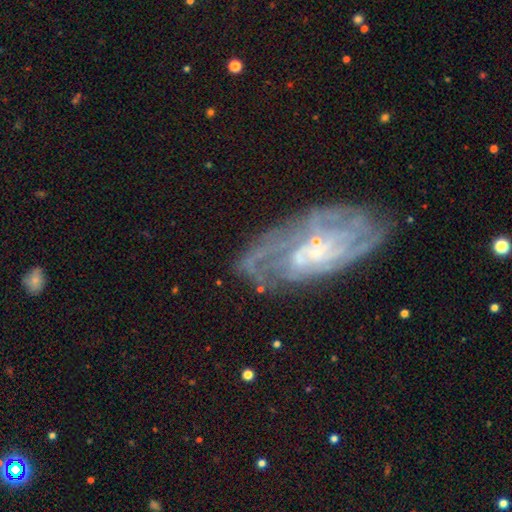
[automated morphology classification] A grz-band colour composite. It shows a featured or disk galaxy (76%) with no bar (63%), tight (59%) spiral arms (83%) and a small central bulge (74%). Merging: none (69%).